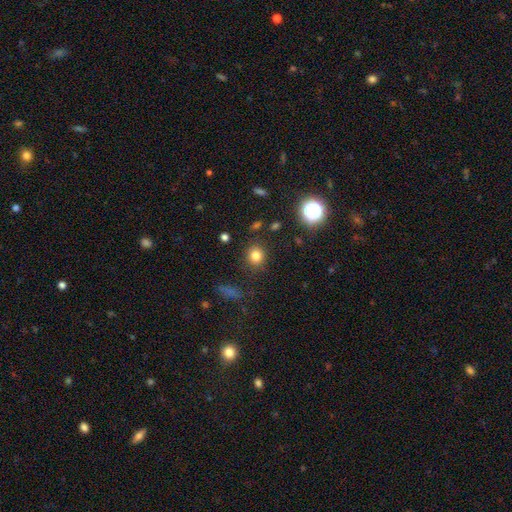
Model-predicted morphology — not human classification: smooth 79%, star or artifact 14%, featured or disk 7%. Down the decision tree: how rounded — round (82%); merging — none (87%).